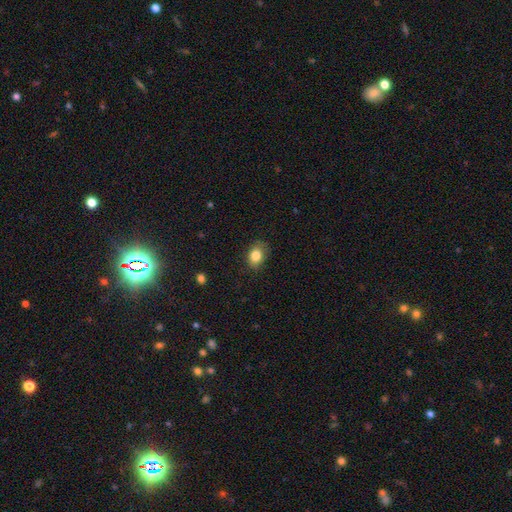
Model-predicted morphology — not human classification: Smooth or featured? smooth (84%)
How rounded? in between (66%)
Merging? none (76%)